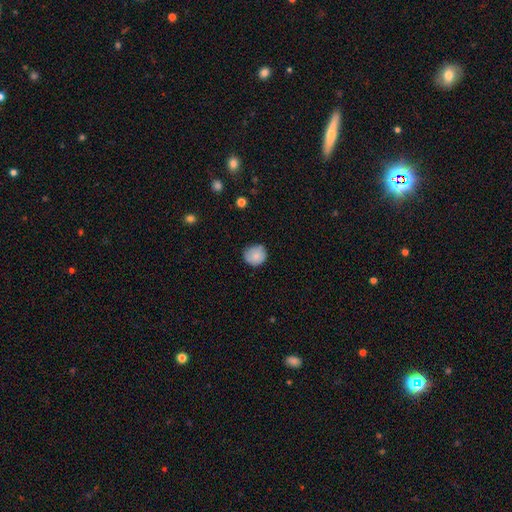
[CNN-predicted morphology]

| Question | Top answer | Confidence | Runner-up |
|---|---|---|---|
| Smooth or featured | smooth | 83% | featured or disk (9%) |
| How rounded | round | 84% | in between (15%) |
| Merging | none | 75% | minor disturbance (20%) |